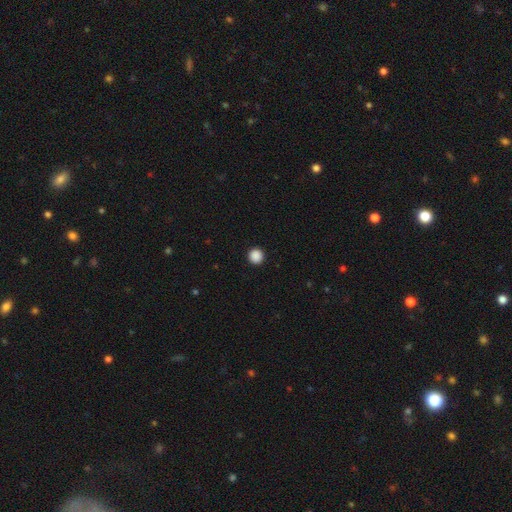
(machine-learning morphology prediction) Q: Smooth or featured?
A: smooth (89%); runner-up: star or artifact (9%)
Q: How rounded?
A: round (96%); runner-up: in between (3%)
Q: Merging?
A: none (94%); runner-up: minor disturbance (4%)